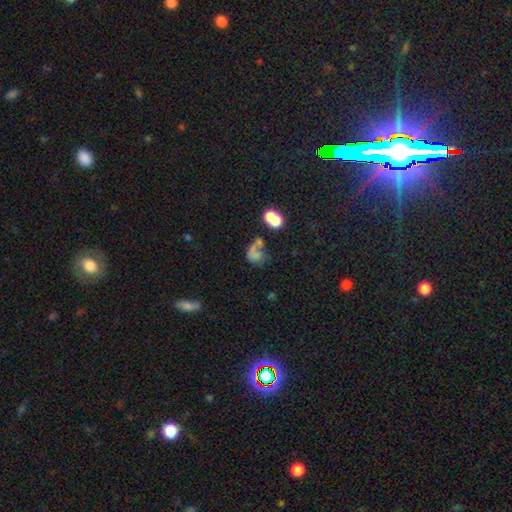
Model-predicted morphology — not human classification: The model was most divided on "how rounded" (2-way tie): round: 49%, in between: 49%, cigar-shaped: 2%. Remaining: smooth or featured — smooth (50%); merging — major disturbance (32%).